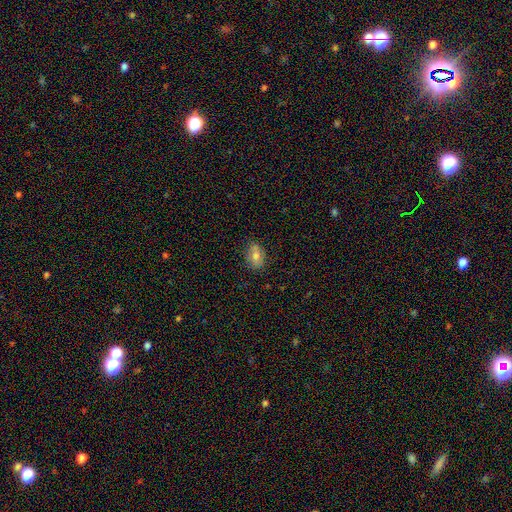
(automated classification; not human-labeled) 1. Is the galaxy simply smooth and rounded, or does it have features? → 67% smooth, 21% featured or disk, 12% star or artifact.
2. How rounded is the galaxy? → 77% in between, 21% round, 2% cigar-shaped.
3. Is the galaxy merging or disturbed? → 81% none, 14% minor disturbance, 3% major disturbance, 2% merger.